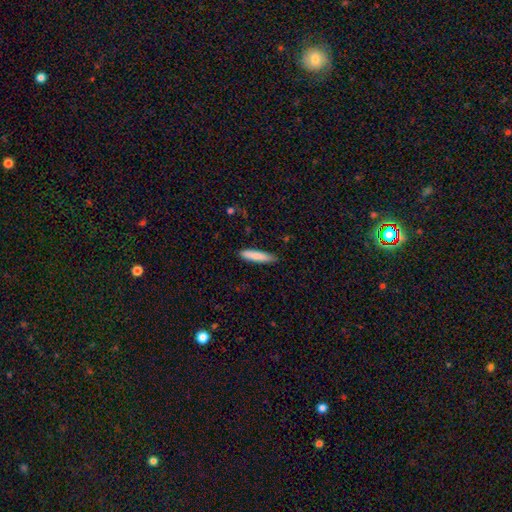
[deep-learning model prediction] Smooth or featured: smooth — 83% (featured or disk — 12%)
How rounded: cigar-shaped — 84% (in between — 15%)
Merging: none — 86% (minor disturbance — 11%)